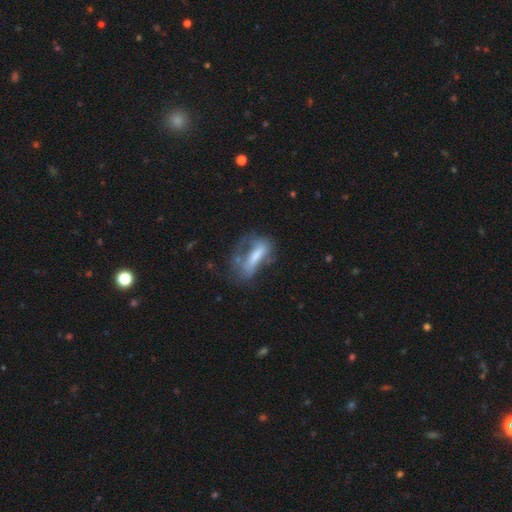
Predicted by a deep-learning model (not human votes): featured or disk 45%, smooth 44%, star or artifact 10%. Down the decision tree: merging — major disturbance (37%).